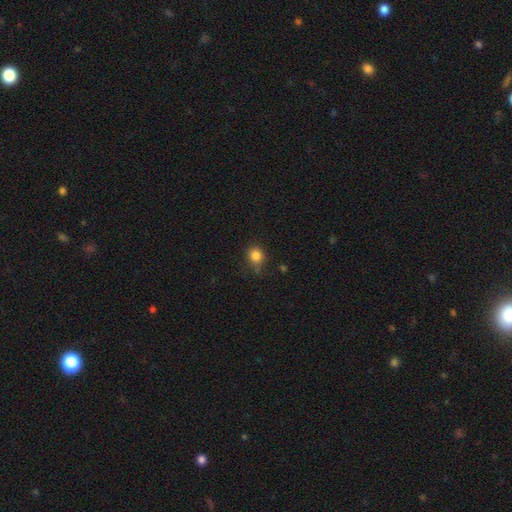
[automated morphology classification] Smooth or featured?
  - smooth: 83% *
  - star or artifact: 12%
  - featured or disk: 5%
How rounded?
  - round: 83% *
  - in between: 16%
  - cigar-shaped: 1%
Merging?
  - none: 69% *
  - minor disturbance: 23%
  - major disturbance: 5%
  - merger: 3%